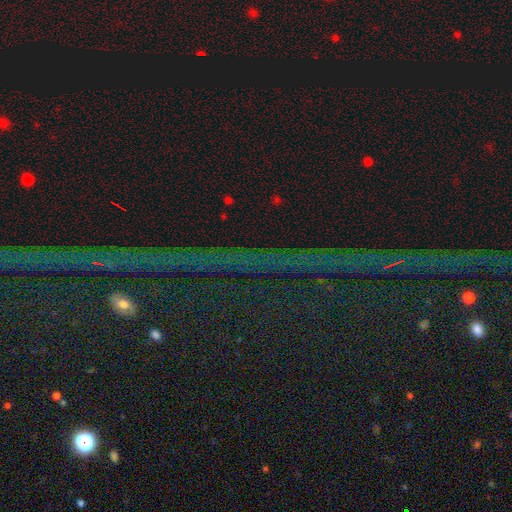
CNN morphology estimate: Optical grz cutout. It shows a star or artifact, not a galaxy (89%).